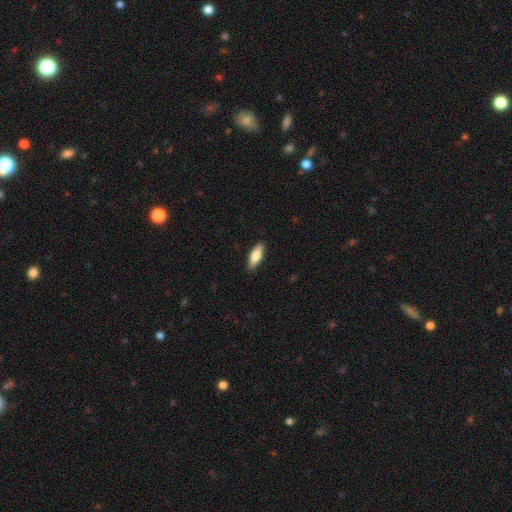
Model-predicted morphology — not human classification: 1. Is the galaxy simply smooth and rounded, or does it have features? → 75% smooth, 19% featured or disk, 6% star or artifact.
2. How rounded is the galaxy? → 62% in between, 36% cigar-shaped, 2% round.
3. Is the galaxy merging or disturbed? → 88% none, 9% minor disturbance, 2% major disturbance, 1% merger.